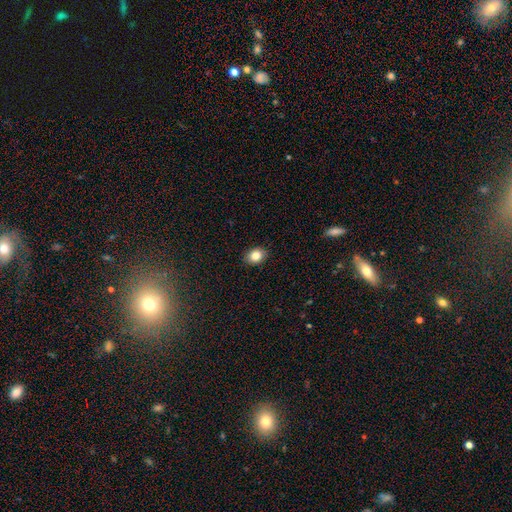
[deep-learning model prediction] This appears to be a smooth galaxy with no disk features (84%) that is in between round and cigar-shaped (62%). Merging: none (89%).